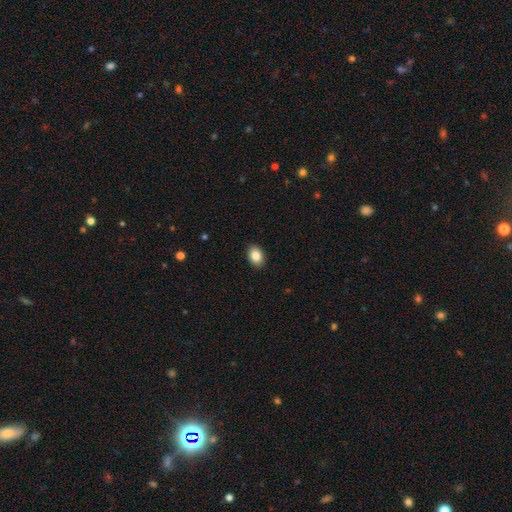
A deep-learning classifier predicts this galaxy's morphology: Q: Smooth or featured?
A: smooth (86%); runner-up: star or artifact (8%)
Q: How rounded?
A: in between (78%); runner-up: round (21%)
Q: Merging?
A: none (89%); runner-up: minor disturbance (8%)